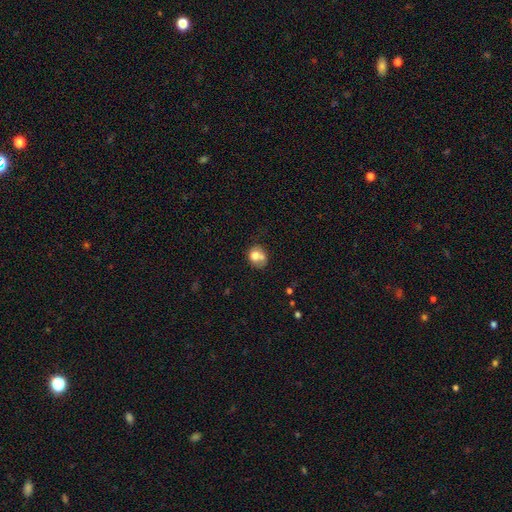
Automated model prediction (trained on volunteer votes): A smooth galaxy with no disk features (70%) that is round (64%).

Vote fractions:
- Smooth or featured? smooth: 70% / featured or disk: 20% / star or artifact: 9%
- How rounded? round: 64% / in between: 35% / cigar-shaped: 1%
- Merging? merger: 37% / none: 33% / minor disturbance: 18% / major disturbance: 11%